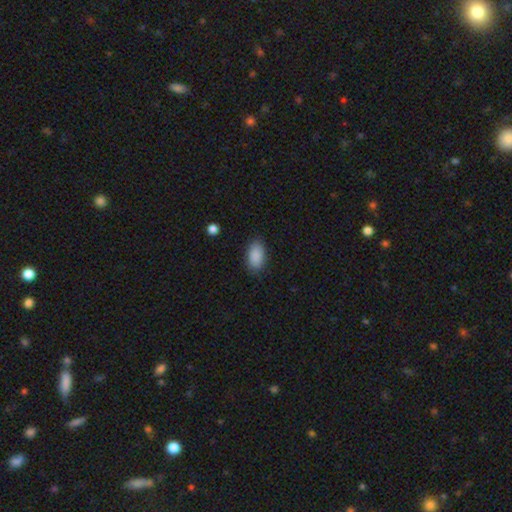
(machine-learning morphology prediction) A smooth galaxy with no disk features (89%) that is in between round and cigar-shaped (93%). Merging: none (86%).